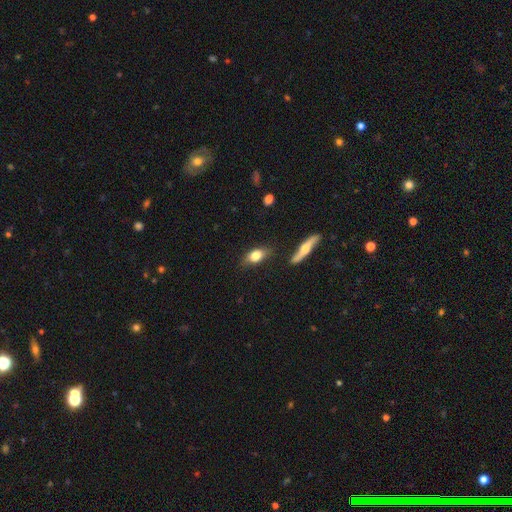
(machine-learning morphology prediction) smooth-or-featured: smooth: 76% | featured or disk: 18% | star or artifact: 7%
  how-rounded: in between: 80% | round: 11% | cigar-shaped: 9%
  merging: none: 74% | minor disturbance: 18% | merger: 5% | major disturbance: 4%